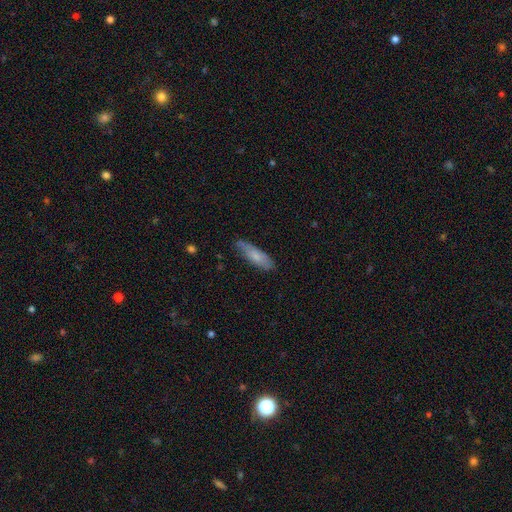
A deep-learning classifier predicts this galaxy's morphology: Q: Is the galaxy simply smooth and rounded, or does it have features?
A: smooth — 72%.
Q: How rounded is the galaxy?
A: cigar-shaped — 57%.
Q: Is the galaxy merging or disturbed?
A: none — 73%.